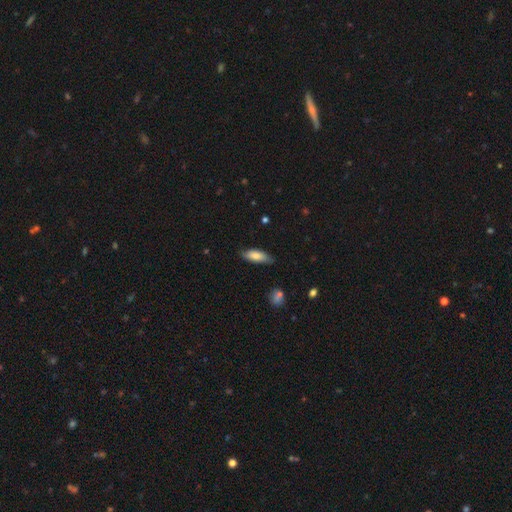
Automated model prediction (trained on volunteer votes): Smooth or featured? Predicted: smooth (p=0.79). How rounded? Predicted: in between (p=0.70). Merging? Predicted: none (p=0.76).